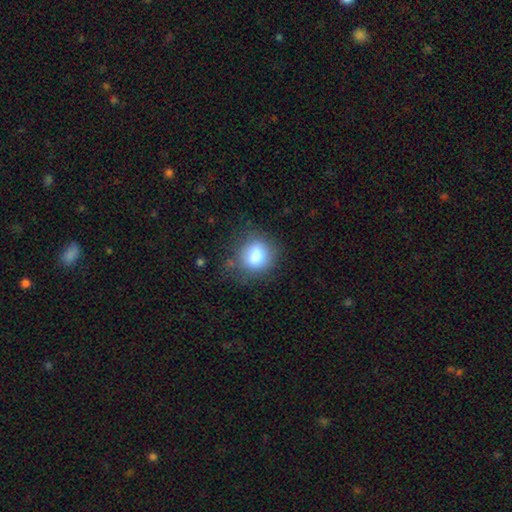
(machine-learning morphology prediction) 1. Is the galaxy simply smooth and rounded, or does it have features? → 83% smooth, 9% star or artifact, 8% featured or disk.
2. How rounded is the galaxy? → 72% round, 27% in between, 1% cigar-shaped.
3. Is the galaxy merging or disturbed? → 67% none, 21% minor disturbance, 10% major disturbance, 3% merger.